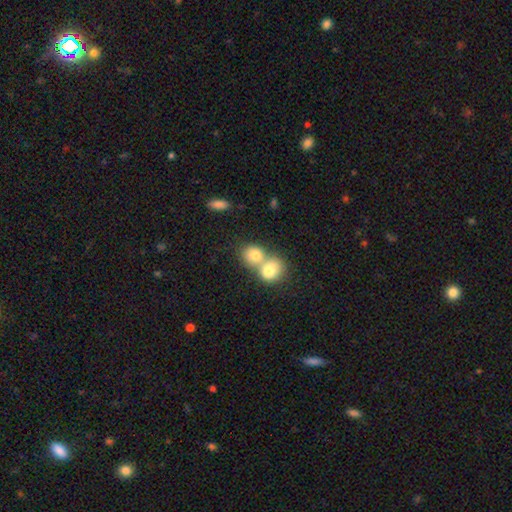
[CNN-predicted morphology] A smooth galaxy with no disk features (70%) that is round (64%). Merging: merger (61%).